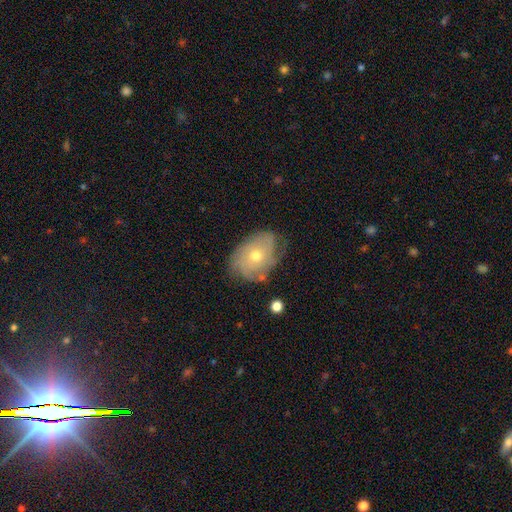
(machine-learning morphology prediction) smooth-or-featured: featured or disk: 58% | smooth: 34% | star or artifact: 9%
  disk-edge-on: no: 94% | yes: 6%
    bar: no: 86% | weak: 12% | strong: 2%
    has-spiral-arms: yes: 71% | no: 29%
    bulge-size: moderate: 60% | small: 36% | large: 2% | none: 1% | dominant: 1%
  merging: none: 61% | minor disturbance: 27% | major disturbance: 9% | merger: 2%